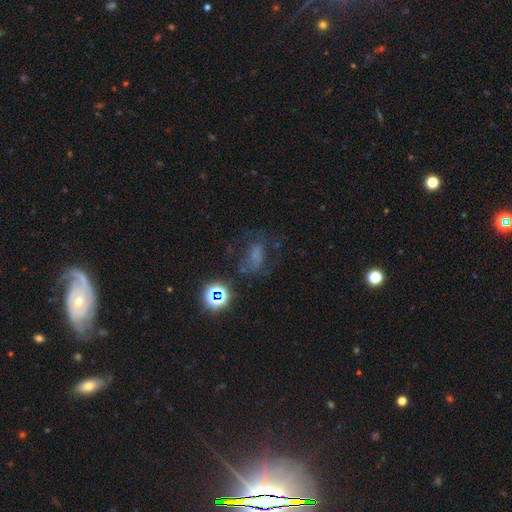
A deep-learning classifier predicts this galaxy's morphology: A smooth galaxy with no disk features (34%, tied with featured or disk).

Vote fractions:
- Smooth or featured? smooth: 34% (tied) / featured or disk: 34% (tied) / star or artifact: 32%
- Merging? none: 44% / major disturbance: 30% / minor disturbance: 21% / merger: 5%